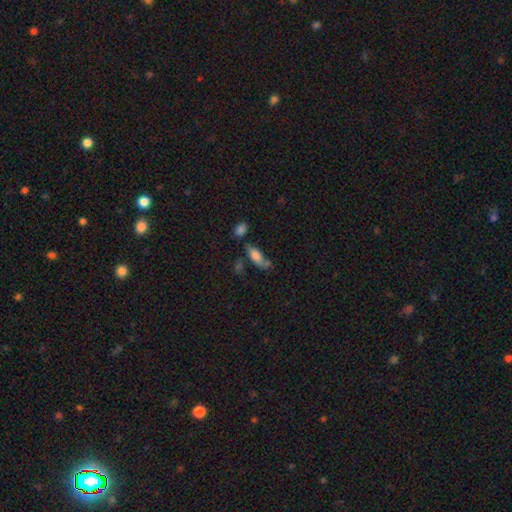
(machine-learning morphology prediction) Smooth or featured: smooth — 73% (featured or disk — 19%)
How rounded: in between — 71% (cigar-shaped — 26%)
Merging: none — 53% (minor disturbance — 23%)